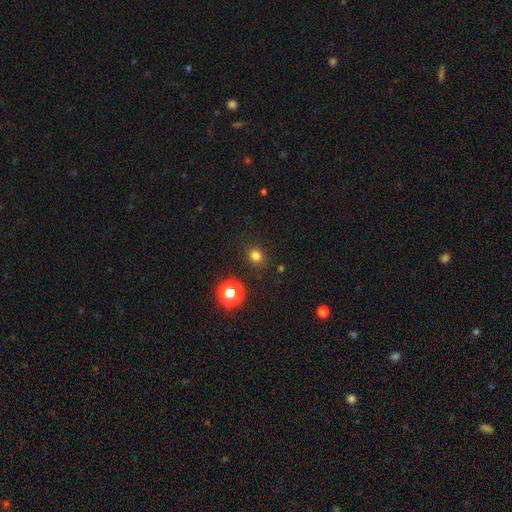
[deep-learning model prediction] The model was most divided on "how rounded": round: 74%, in between: 25%, cigar-shaped: 1%. More confident: merging — none (88%); smooth or featured — smooth (79%).